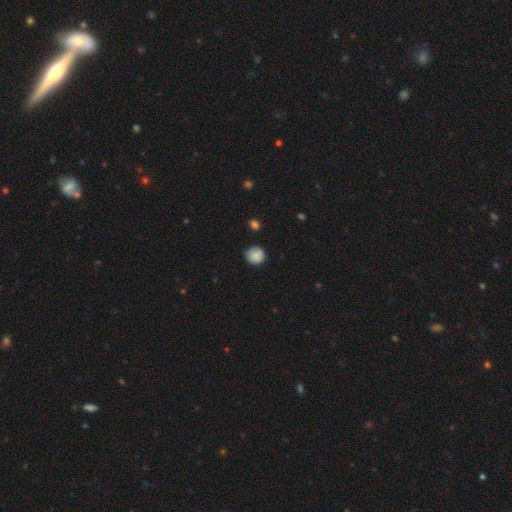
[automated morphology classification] Overall: smooth (85%). How rounded: round (88%). Merging: none (77%).